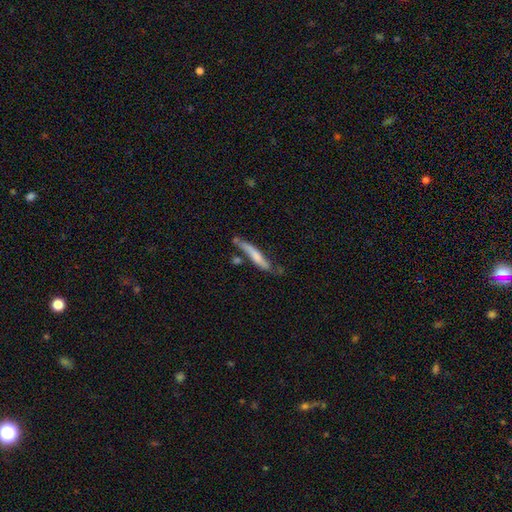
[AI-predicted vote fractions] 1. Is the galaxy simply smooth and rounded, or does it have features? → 58% smooth, 36% featured or disk, 6% star or artifact.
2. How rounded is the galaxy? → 90% cigar-shaped, 8% in between, 2% round.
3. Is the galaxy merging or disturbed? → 52% none, 27% minor disturbance, 13% merger, 9% major disturbance.